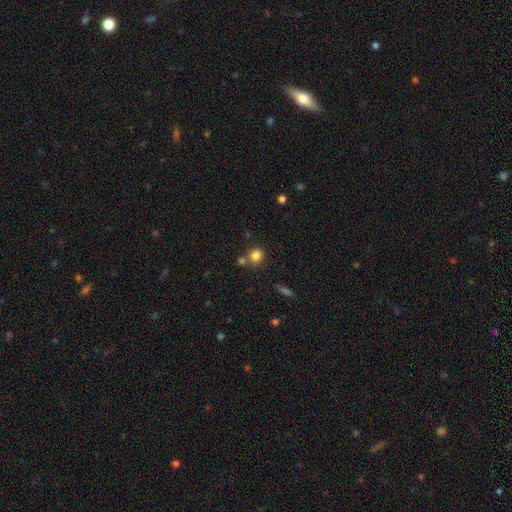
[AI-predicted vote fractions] This appears to be a smooth galaxy with no disk features (82%) that is round (85%). Merging: none (67%).